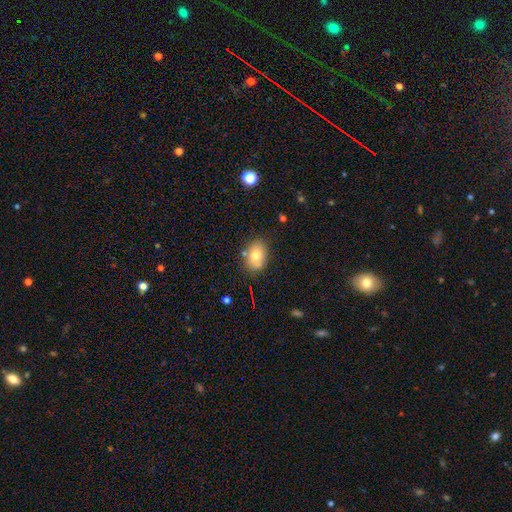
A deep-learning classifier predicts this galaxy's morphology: Overall: smooth (73%). How rounded: in between (73%). Merging: none (75%).